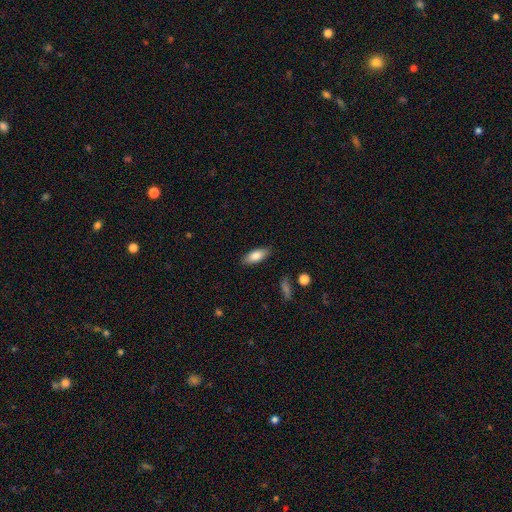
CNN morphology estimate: Q: Smooth or featured?
A: smooth (81%); runner-up: featured or disk (12%)
Q: How rounded?
A: in between (80%); runner-up: cigar-shaped (18%)
Q: Merging?
A: none (86%); runner-up: minor disturbance (11%)